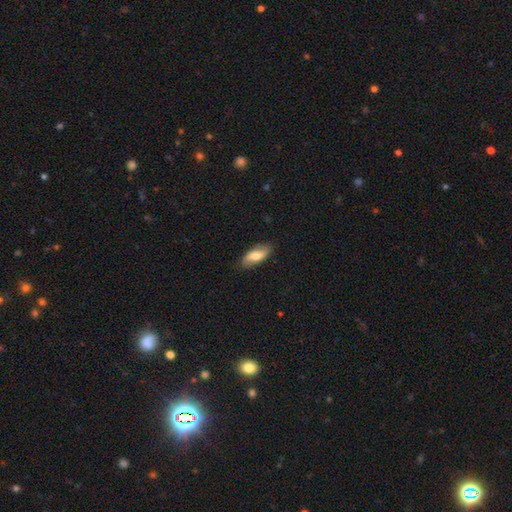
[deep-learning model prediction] Overall: smooth (58%; featured or disk 36%). How rounded: in between (80%). Merging: none (83%).